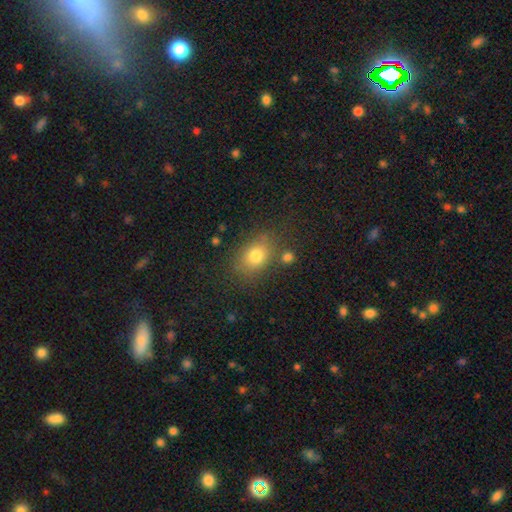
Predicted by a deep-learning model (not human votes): smooth-or-featured: smooth: 78% | star or artifact: 11% | featured or disk: 11%
  how-rounded: in between: 68% | round: 30% | cigar-shaped: 2%
  merging: none: 70% | minor disturbance: 16% | merger: 8% | major disturbance: 6%